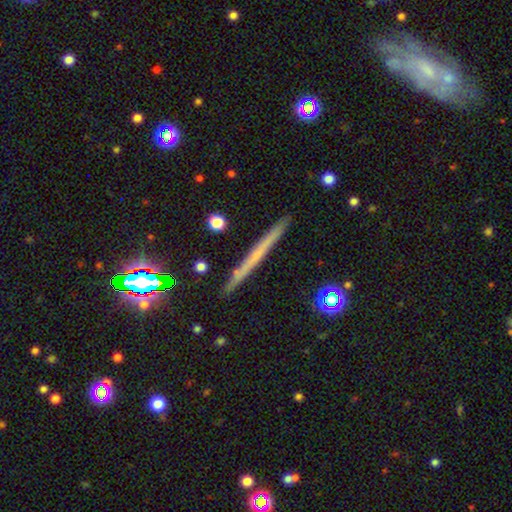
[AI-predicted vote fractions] Smooth or featured?
  - featured or disk: 46% *
  - smooth: 42%
  - star or artifact: 12%
Merging?
  - none: 91% *
  - minor disturbance: 6%
  - major disturbance: 1%
  - merger: 1%